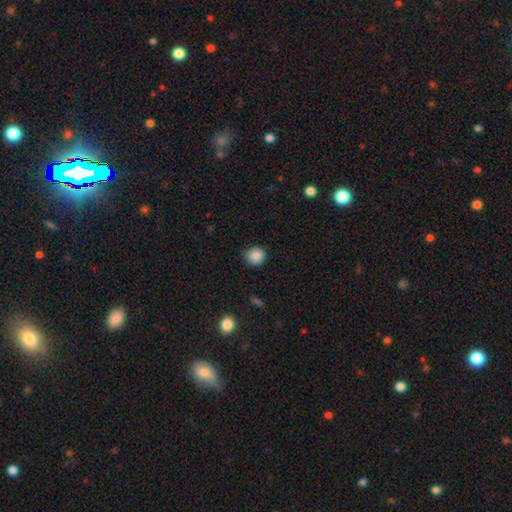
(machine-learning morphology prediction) type=smooth (87%); roundness=round (87%); merging=none (86%).